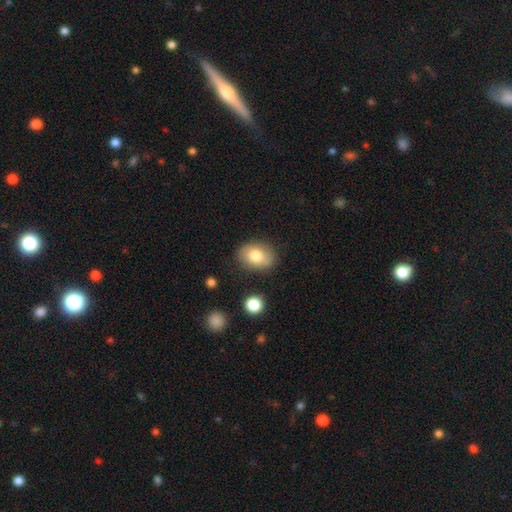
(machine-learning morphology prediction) The model was most divided on "how rounded": in between: 70%, round: 29%, cigar-shaped: 1%. More confident: merging — none (80%); smooth or featured — smooth (79%).